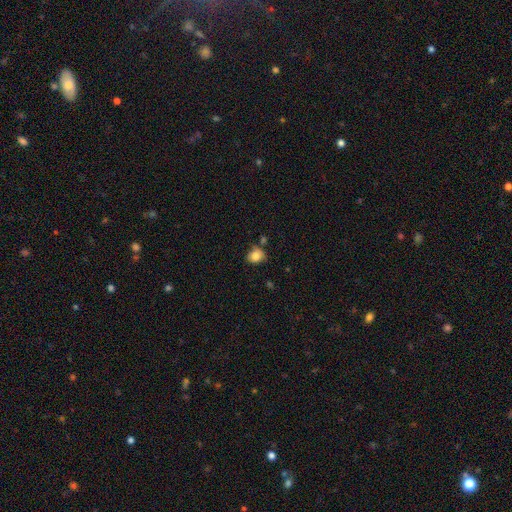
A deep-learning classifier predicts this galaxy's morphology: Smooth or featured?
  - smooth: 83% *
  - star or artifact: 9%
  - featured or disk: 8%
How rounded?
  - round: 65% *
  - in between: 34%
  - cigar-shaped: 1%
Merging?
  - none: 66% *
  - minor disturbance: 21%
  - merger: 8%
  - major disturbance: 5%